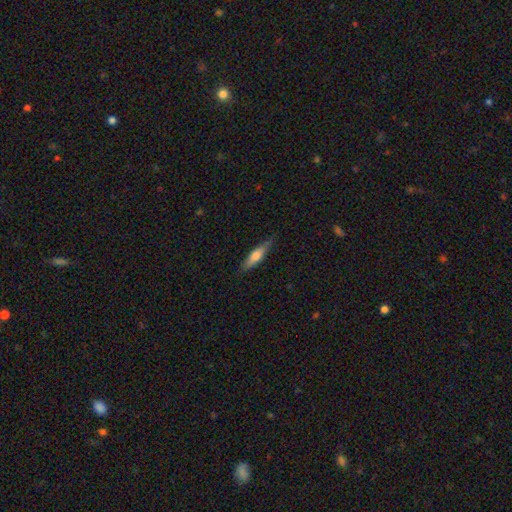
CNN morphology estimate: type=smooth (63%); roundness=cigar-shaped (72%); merging=none (80%).